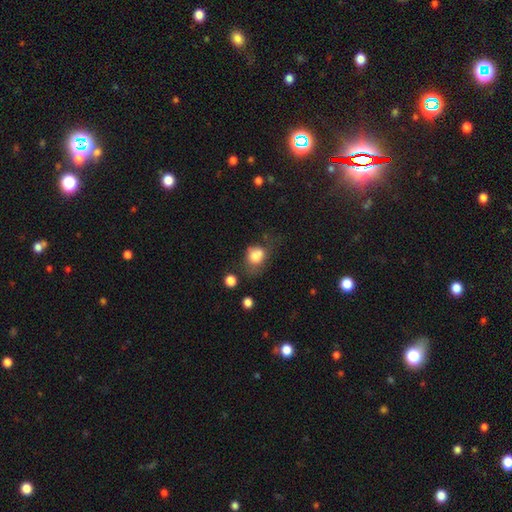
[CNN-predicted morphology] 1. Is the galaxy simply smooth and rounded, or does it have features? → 77% smooth, 13% featured or disk, 10% star or artifact.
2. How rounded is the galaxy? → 53% round, 46% in between, 1% cigar-shaped.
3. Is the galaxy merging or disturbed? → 35% none, 28% minor disturbance, 23% major disturbance, 14% merger.